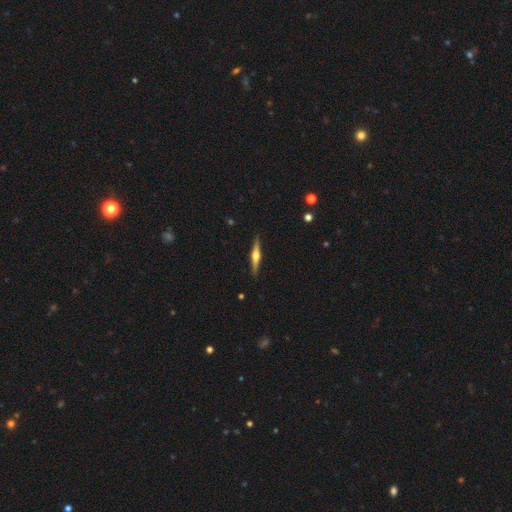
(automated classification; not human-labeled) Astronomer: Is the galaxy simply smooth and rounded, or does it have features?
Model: featured or disk — 70%.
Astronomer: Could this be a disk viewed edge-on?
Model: yes — 98%.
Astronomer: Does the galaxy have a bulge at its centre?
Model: rounded — 89%.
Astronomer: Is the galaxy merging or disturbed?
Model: none — 90%.